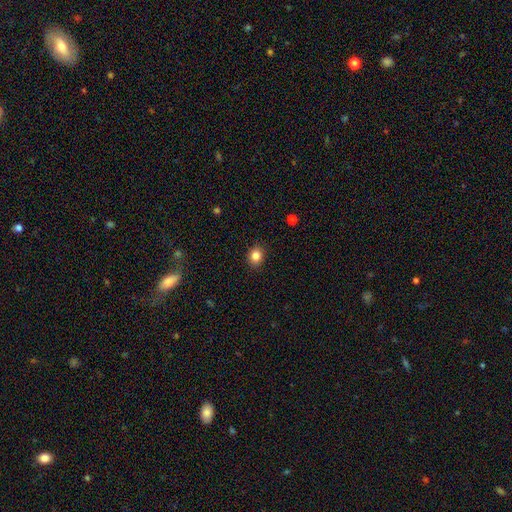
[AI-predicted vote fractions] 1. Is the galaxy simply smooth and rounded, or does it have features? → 84% smooth, 11% star or artifact, 5% featured or disk.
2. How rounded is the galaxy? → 59% round, 40% in between, 1% cigar-shaped.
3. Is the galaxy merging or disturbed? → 89% none, 8% minor disturbance, 2% major disturbance, 1% merger.